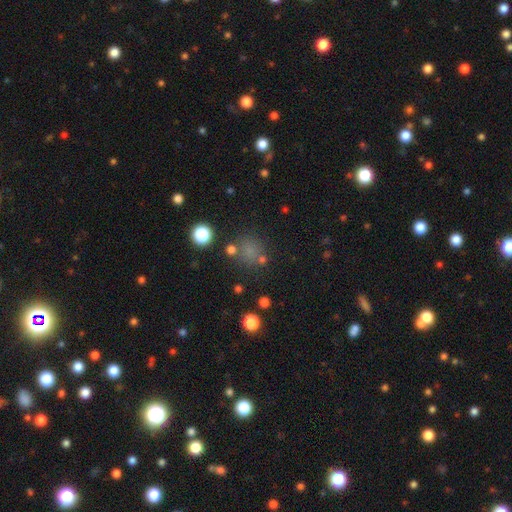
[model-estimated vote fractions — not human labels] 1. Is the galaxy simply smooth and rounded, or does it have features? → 64% smooth, 27% star or artifact, 9% featured or disk.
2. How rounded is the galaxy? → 86% round, 12% in between, 1% cigar-shaped.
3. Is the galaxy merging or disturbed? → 72% none, 11% minor disturbance, 10% merger, 6% major disturbance.